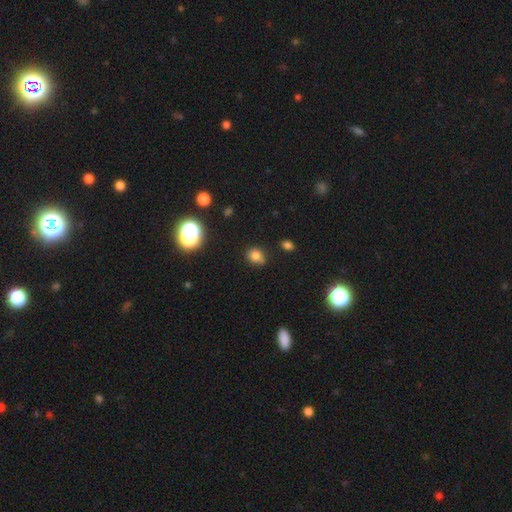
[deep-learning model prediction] smooth-or-featured: smooth: 77% | star or artifact: 16% | featured or disk: 7%
  how-rounded: round: 60% | in between: 39% | cigar-shaped: 1%
  merging: none: 63% | minor disturbance: 24% | merger: 7% | major disturbance: 6%